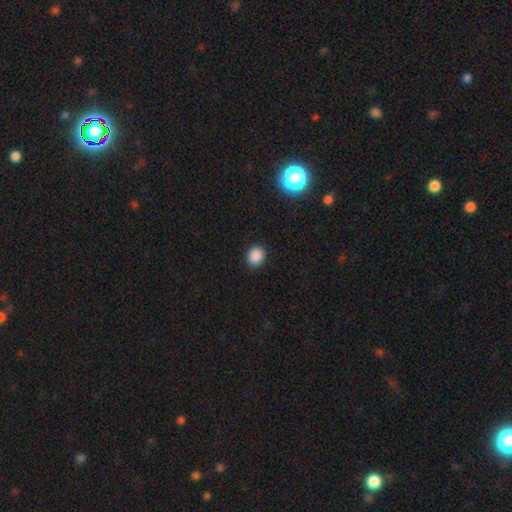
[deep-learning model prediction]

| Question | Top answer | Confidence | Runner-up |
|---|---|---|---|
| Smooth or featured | smooth | 87% | star or artifact (10%) |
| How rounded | round | 58% | in between (41%) |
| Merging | none | 89% | minor disturbance (8%) |